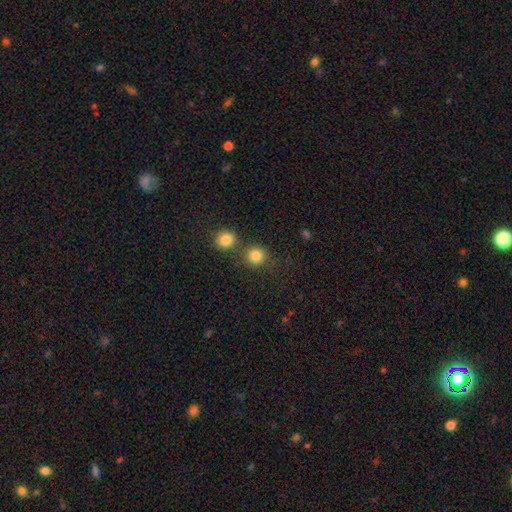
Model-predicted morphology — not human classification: Smooth or featured? smooth (83%)
How rounded? round (90%)
Merging? none (68%)